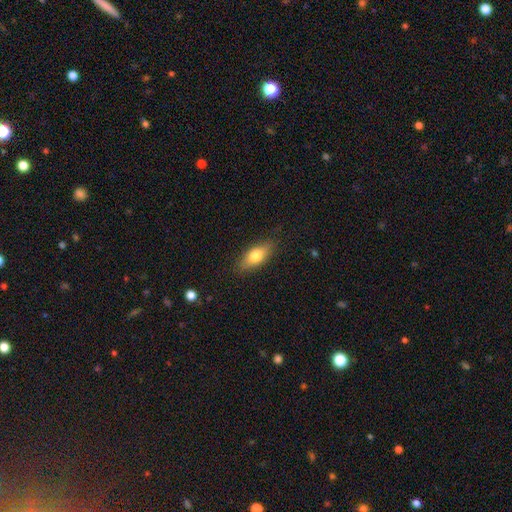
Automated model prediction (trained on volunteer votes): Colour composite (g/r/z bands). It shows a smooth galaxy with no disk features (73%) that is in between round and cigar-shaped (79%). Merging: none (84%).